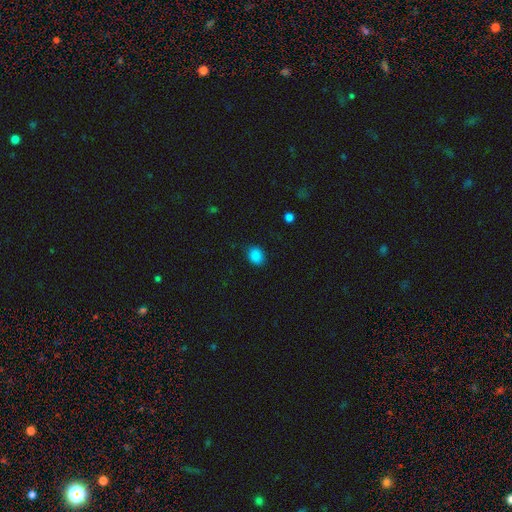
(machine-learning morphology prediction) This appears to be a smooth galaxy with no disk features (86%) that is in between round and cigar-shaped (53%). Merging: none (85%).